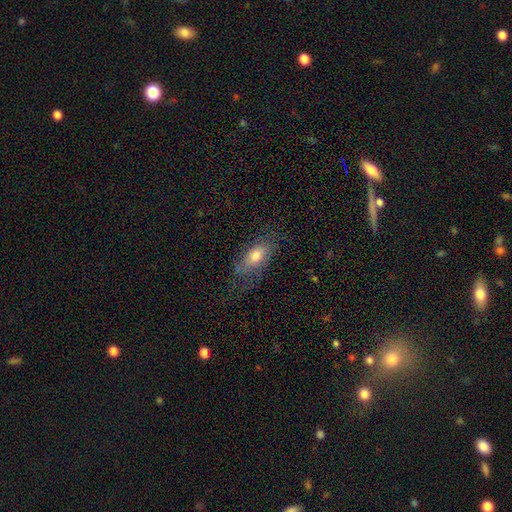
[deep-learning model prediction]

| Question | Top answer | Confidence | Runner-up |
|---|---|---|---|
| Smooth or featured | smooth | 59% | featured or disk (32%) |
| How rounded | in between | 76% | cigar-shaped (20%) |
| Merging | none | 54% | minor disturbance (25%) |